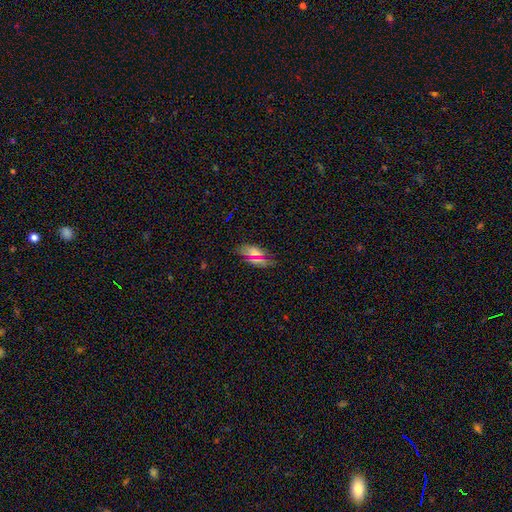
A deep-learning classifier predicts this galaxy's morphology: This appears to be a smooth galaxy with no disk features (70%) that is in between round and cigar-shaped (87%). Merging: none (82%).